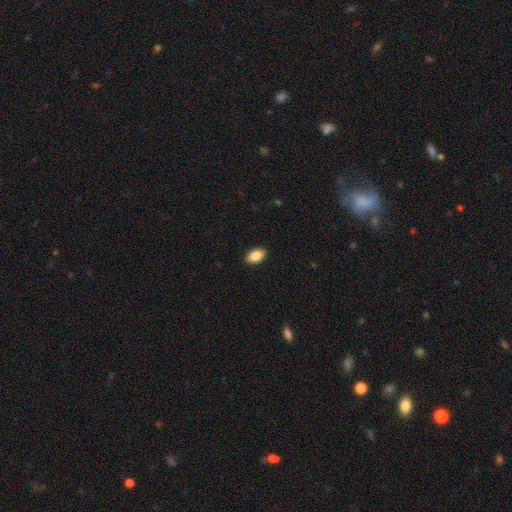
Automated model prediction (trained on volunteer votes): Overall: smooth (88%). How rounded: in between (92%). Merging: none (90%).